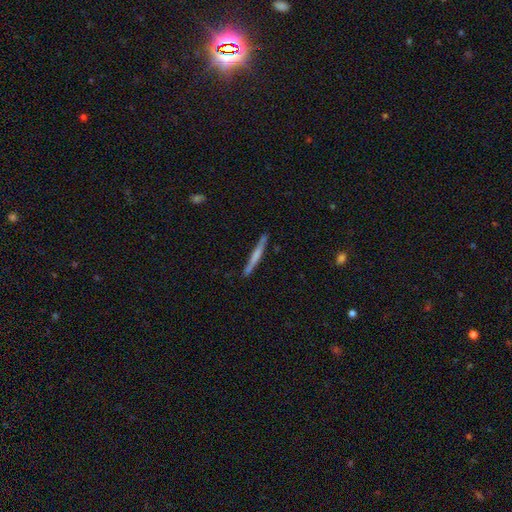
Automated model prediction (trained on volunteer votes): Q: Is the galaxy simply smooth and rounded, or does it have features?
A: smooth — 49%.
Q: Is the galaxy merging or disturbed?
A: none — 87%.